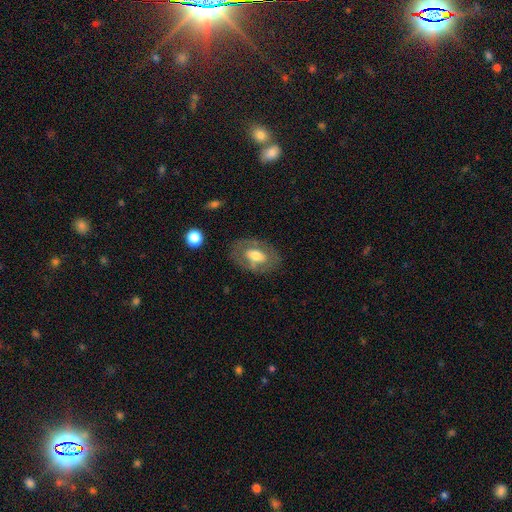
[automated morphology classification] A smooth galaxy with no disk features (49%).

Vote fractions:
- Smooth or featured? smooth: 49% / featured or disk: 44% / star or artifact: 7%
- Merging? none: 76% / minor disturbance: 15% / major disturbance: 7% / merger: 2%